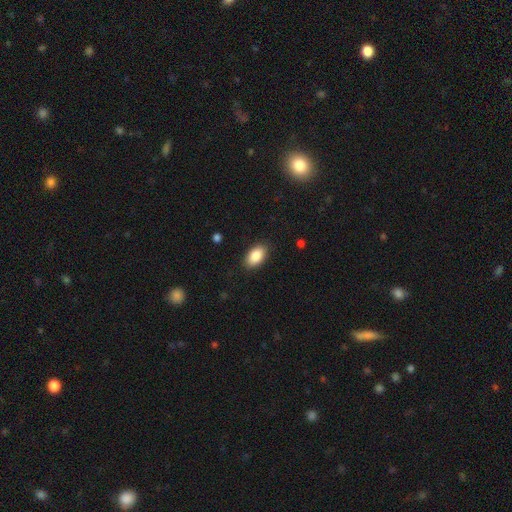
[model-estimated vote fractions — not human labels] Smooth or featured? smooth (87%)
How rounded? in between (93%)
Merging? none (88%)